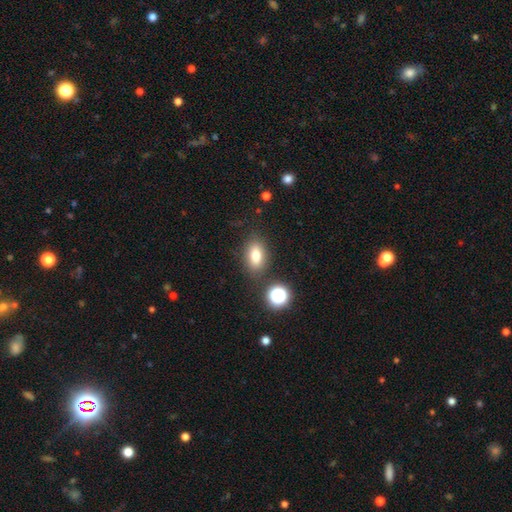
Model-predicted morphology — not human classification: type=smooth (76%); roundness=in between (82%); merging=none (81%).